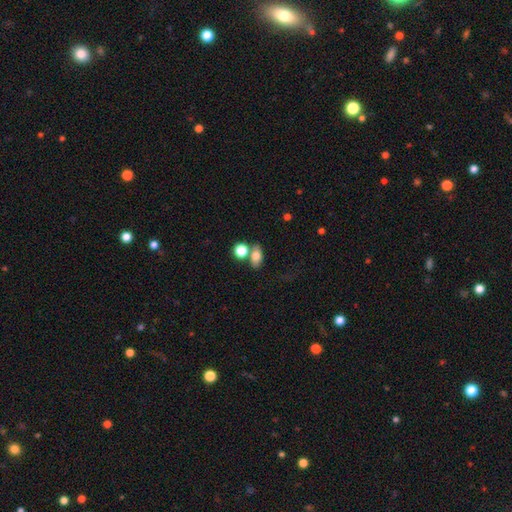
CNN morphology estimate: This is likely a smooth galaxy (75%). How rounded: likely in between (75%). Merging: possibly none (54%).